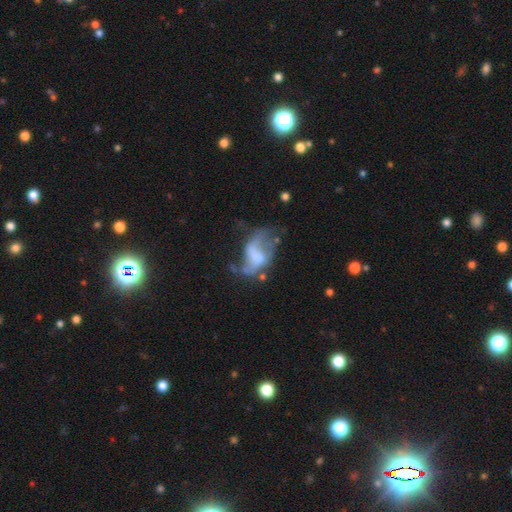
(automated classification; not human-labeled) smooth_or_featured: featured or disk (p=0.61) [alt: smooth p=0.28]
disk_edge_on: no (p=0.97) [alt: yes p=0.03]
bar: no (p=0.58) [alt: weak p=0.31]
has_spiral_arms: yes (p=0.55) [alt: no p=0.45]
bulge_size: none (p=0.56) [alt: moderate p=0.15]
merging: major disturbance (p=0.42) [alt: none p=0.25]